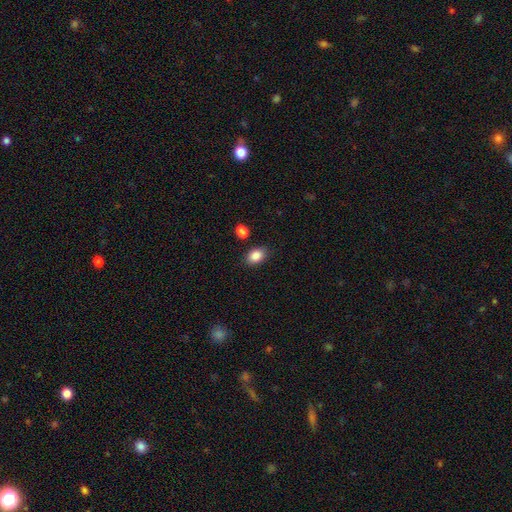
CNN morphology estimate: type=smooth (87%); roundness=in between (74%); merging=none (82%).